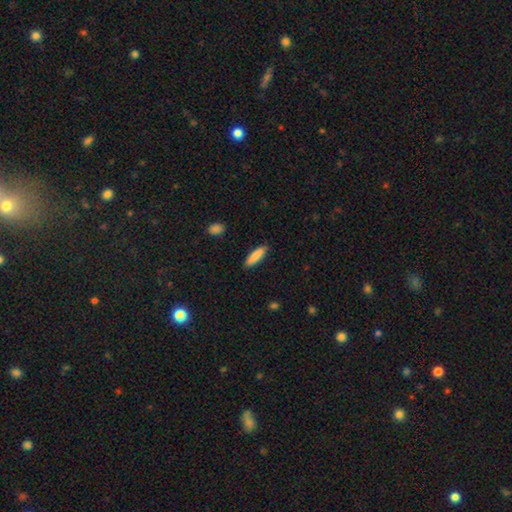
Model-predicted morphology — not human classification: smooth-or-featured: smooth: 83% | featured or disk: 11% | star or artifact: 6%
  how-rounded: cigar-shaped: 66% | in between: 33% | round: 1%
  merging: none: 88% | minor disturbance: 9% | major disturbance: 2% | merger: 1%